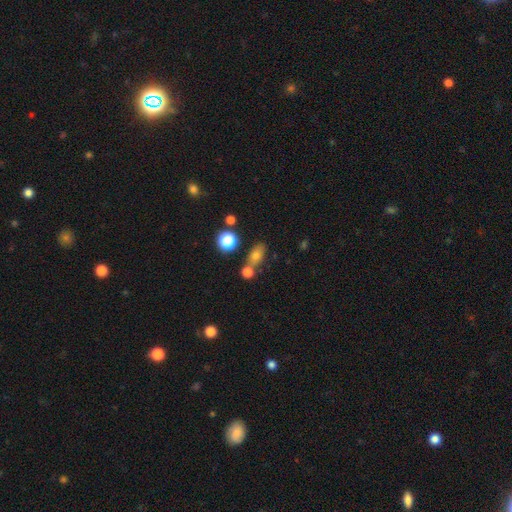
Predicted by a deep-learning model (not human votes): smooth_or_featured: smooth (p=0.74) [alt: star or artifact p=0.15]
how_rounded: in between (p=0.69) [alt: round p=0.24]
merging: none (p=0.59) [alt: merger p=0.25]